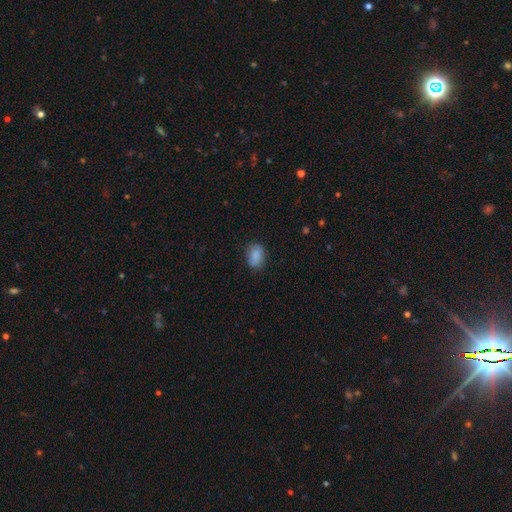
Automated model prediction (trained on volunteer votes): Morphology: type=smooth (86%); roundness=in between (79%); merging=none (79%).